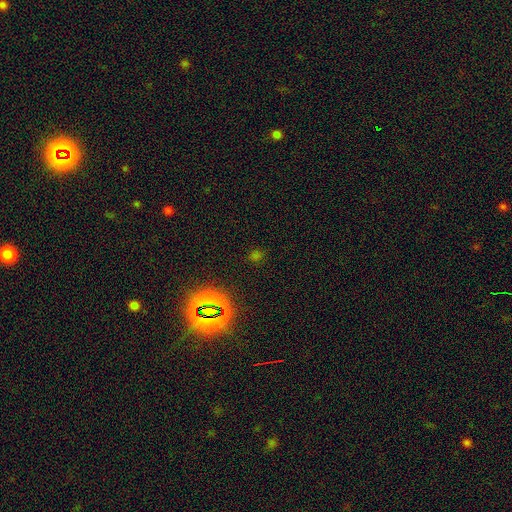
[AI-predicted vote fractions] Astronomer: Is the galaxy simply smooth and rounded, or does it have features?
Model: star or artifact — 63%.